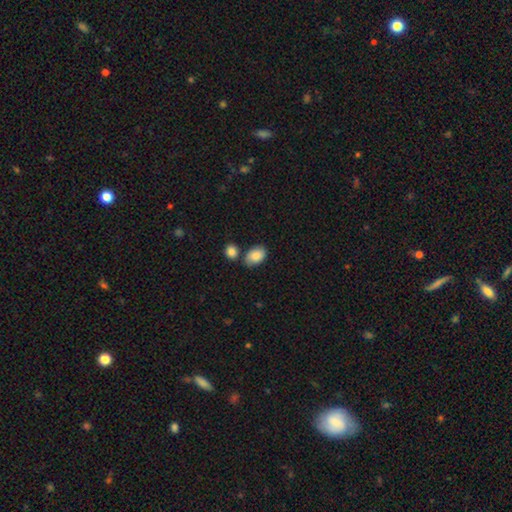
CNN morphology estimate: A smooth galaxy with no disk features (86%) that is in between round and cigar-shaped (87%).

Vote fractions:
- Smooth or featured? smooth: 86% / featured or disk: 7% / star or artifact: 7%
- How rounded? in between: 87% / round: 11% / cigar-shaped: 1%
- Merging? none: 67% / minor disturbance: 15% / merger: 15% / major disturbance: 3%